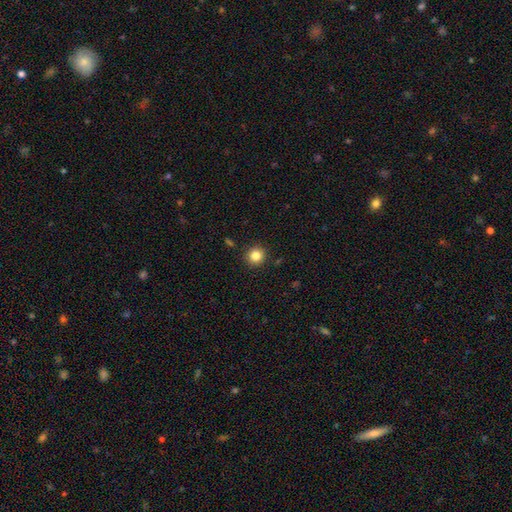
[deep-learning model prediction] This is clearly a smooth galaxy (83%). How rounded: clearly round (93%). Merging: clearly none (91%).